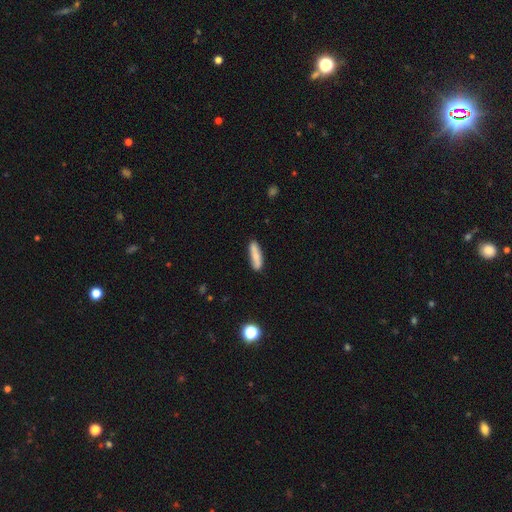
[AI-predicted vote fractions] This is likely a smooth galaxy (68%). How rounded: likely cigar-shaped (68%). Merging: clearly none (81%).